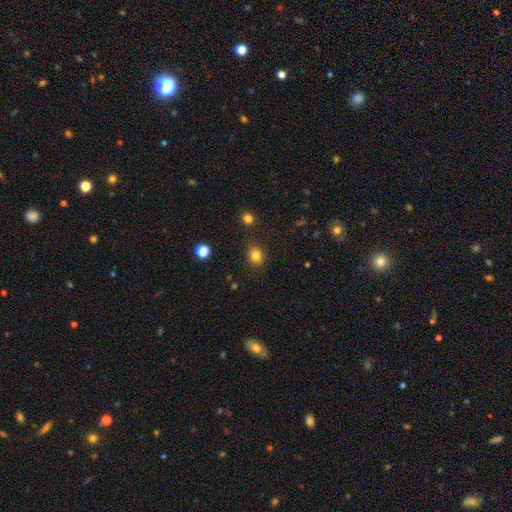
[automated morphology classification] A smooth galaxy with no disk features (82%) that is round (67%).

Vote fractions:
- Smooth or featured? smooth: 82% / star or artifact: 12% / featured or disk: 6%
- How rounded? round: 67% / in between: 32% / cigar-shaped: 1%
- Merging? none: 87% / minor disturbance: 8% / major disturbance: 2% / merger: 2%